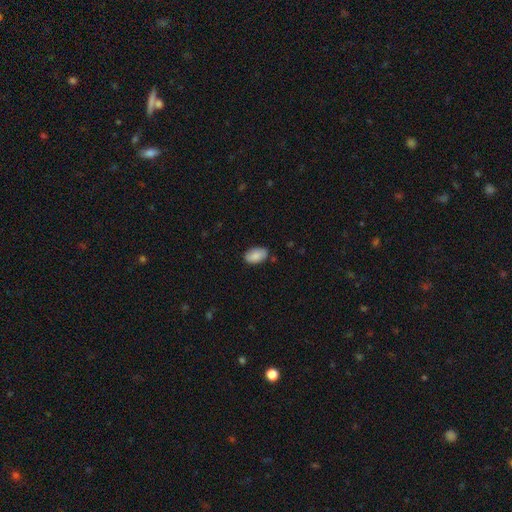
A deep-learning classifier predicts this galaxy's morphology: Smooth or featured? Predicted: smooth (p=0.88). How rounded? Predicted: in between (p=0.94). Merging? Predicted: none (p=0.83).